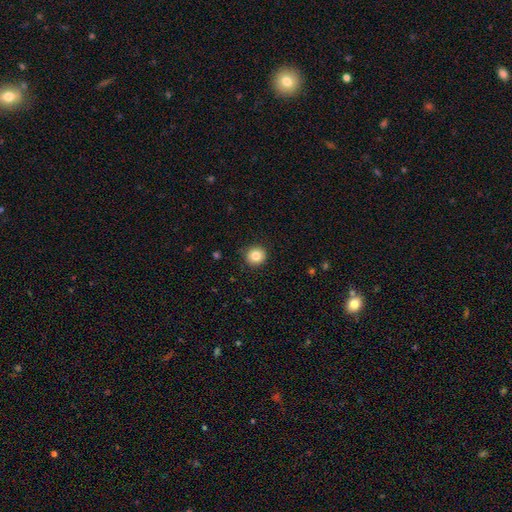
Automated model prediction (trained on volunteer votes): smooth-or-featured: smooth: 85% | star or artifact: 10% | featured or disk: 6%
  how-rounded: round: 92% | in between: 7% | cigar-shaped: 1%
  merging: none: 89% | minor disturbance: 8% | major disturbance: 2% | merger: 1%